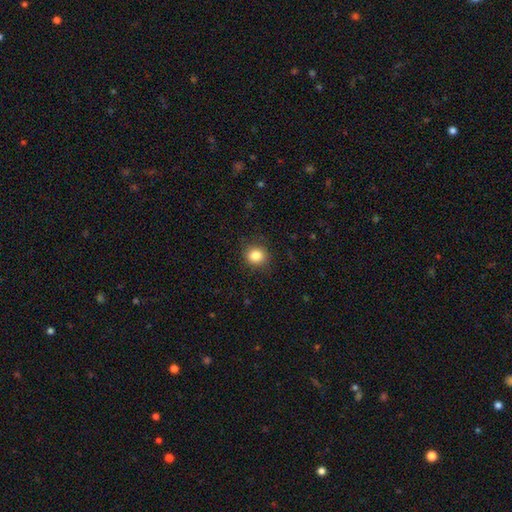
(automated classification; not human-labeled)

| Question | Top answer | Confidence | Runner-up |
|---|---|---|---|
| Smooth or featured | smooth | 84% | star or artifact (11%) |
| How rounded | round | 84% | in between (15%) |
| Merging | none | 88% | minor disturbance (8%) |